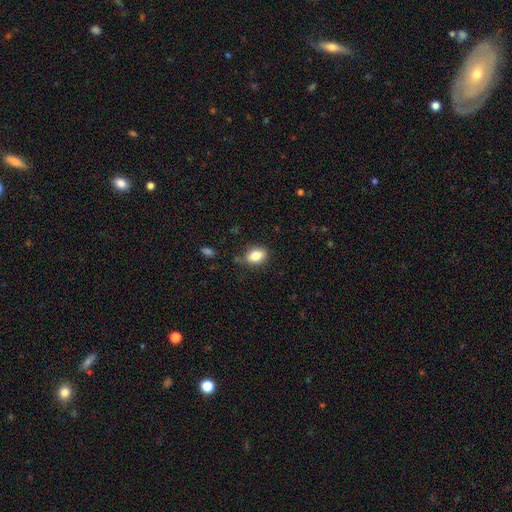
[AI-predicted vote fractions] This is clearly a smooth galaxy (82%). How rounded: likely in between (75%). Merging: likely none (76%).